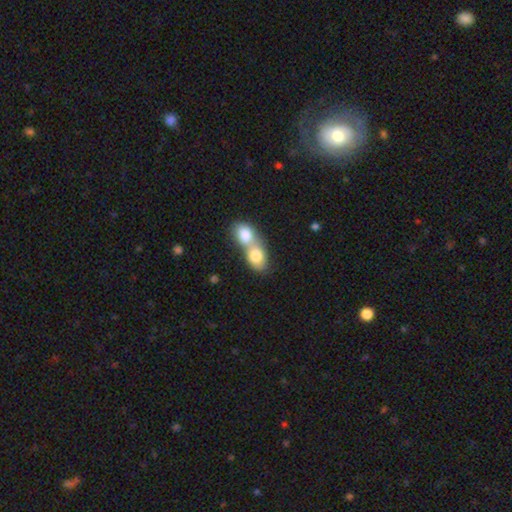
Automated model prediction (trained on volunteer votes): smooth_or_featured: smooth (p=0.77) [alt: featured or disk p=0.16]
how_rounded: in between (p=0.67) [alt: round p=0.30]
merging: merger (p=0.80) [alt: none p=0.13]